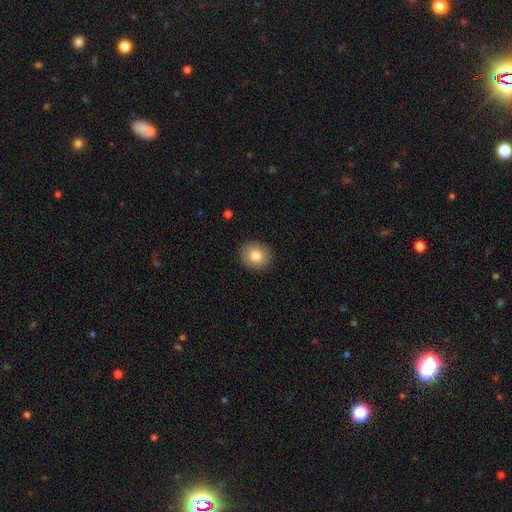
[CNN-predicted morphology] Q: Smooth or featured?
A: smooth (80%); runner-up: featured or disk (11%)
Q: How rounded?
A: round (76%); runner-up: in between (23%)
Q: Merging?
A: none (90%); runner-up: minor disturbance (7%)